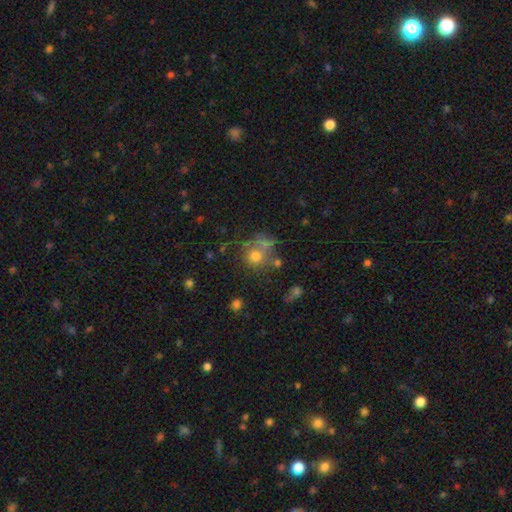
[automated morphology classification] This appears to be a smooth galaxy with no disk features (62%) that is round (82%). Merging: none (51%).